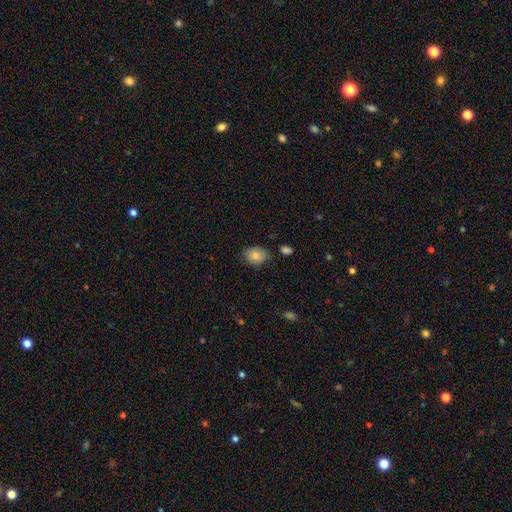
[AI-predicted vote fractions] Smooth or featured? smooth (83%)
How rounded? in between (61%)
Merging? none (73%)